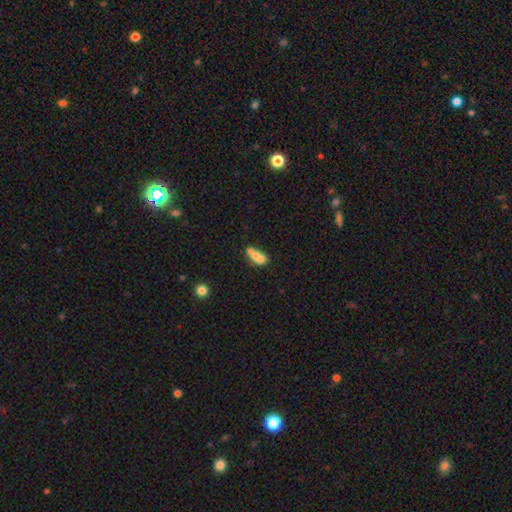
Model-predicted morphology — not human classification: The model was most divided on "merging": merger: 57%, none: 25%, minor disturbance: 11%, major disturbance: 7%. More confident: how rounded — in between (71%); smooth or featured — smooth (62%).